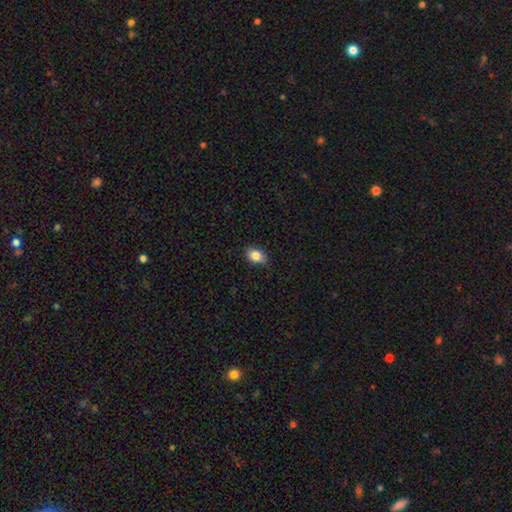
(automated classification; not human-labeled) smooth-or-featured: smooth: 85% | star or artifact: 8% | featured or disk: 7%
  how-rounded: in between: 84% | round: 14% | cigar-shaped: 2%
  merging: none: 87% | minor disturbance: 10% | major disturbance: 2% | merger: 1%